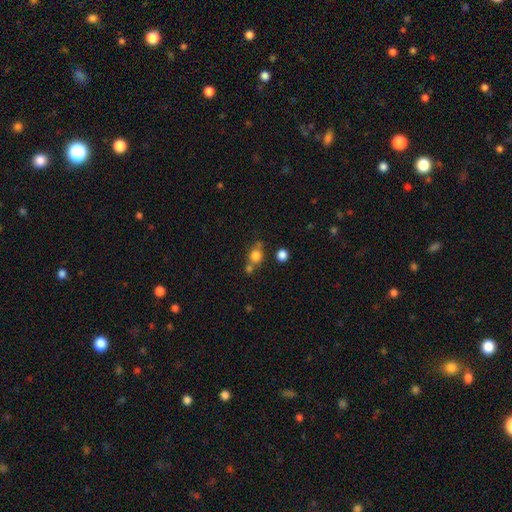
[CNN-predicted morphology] This appears to be a smooth galaxy with no disk features (77%) that is round (79%). Merging: none (54%).